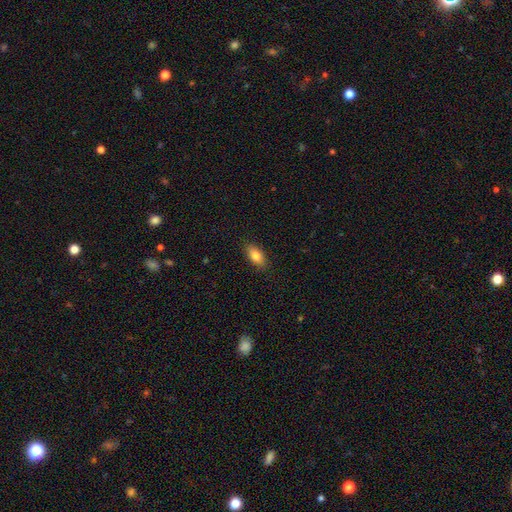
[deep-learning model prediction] smooth_or_featured: smooth (p=0.82) [alt: featured or disk p=0.11]
how_rounded: in between (p=0.88) [alt: cigar-shaped p=0.08]
merging: none (p=0.87) [alt: minor disturbance p=0.10]